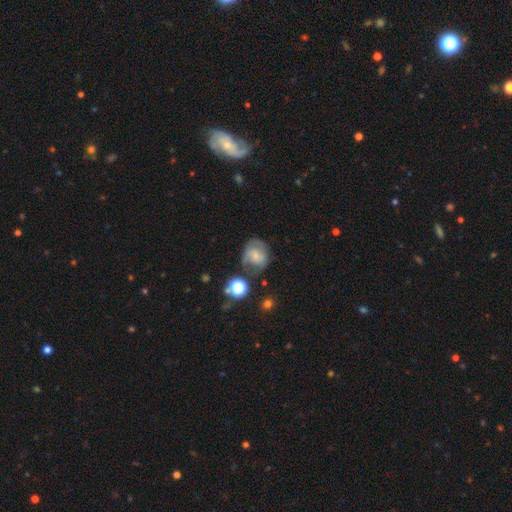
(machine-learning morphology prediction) Smooth or featured: smooth — 47% (featured or disk — 41%)
Merging: none — 50% (minor disturbance — 27%)